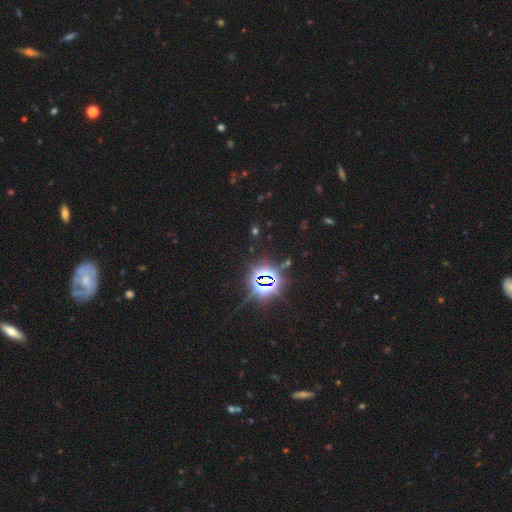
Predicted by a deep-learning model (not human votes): Smooth or featured: star or artifact — 80% (smooth — 11%)